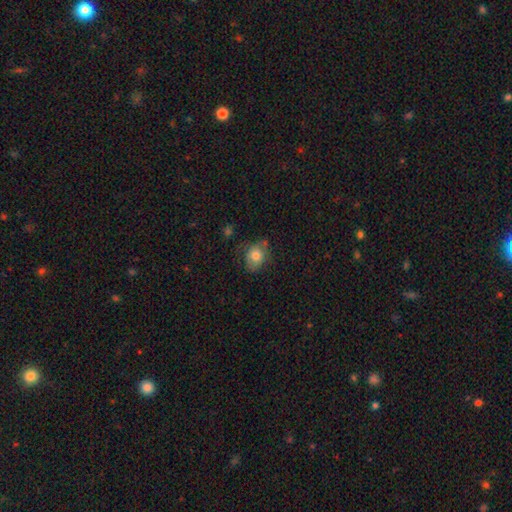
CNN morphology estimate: Smooth or featured? smooth (74%)
How rounded? in between (52%)
Merging? none (59%)